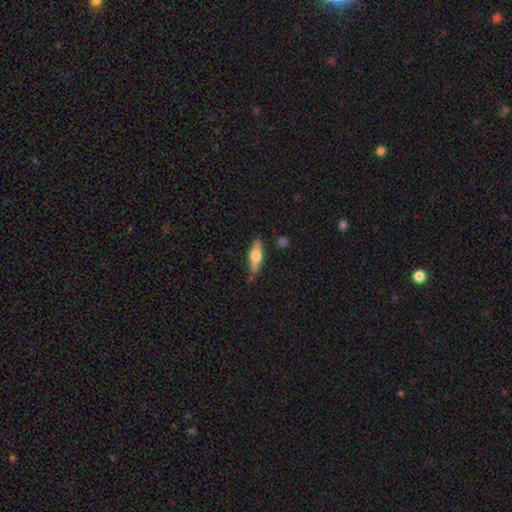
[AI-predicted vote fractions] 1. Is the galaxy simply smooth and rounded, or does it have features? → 61% smooth, 33% featured or disk, 6% star or artifact.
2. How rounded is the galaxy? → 58% in between, 39% cigar-shaped, 3% round.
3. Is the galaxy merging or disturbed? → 70% none, 21% minor disturbance, 4% merger, 4% major disturbance.